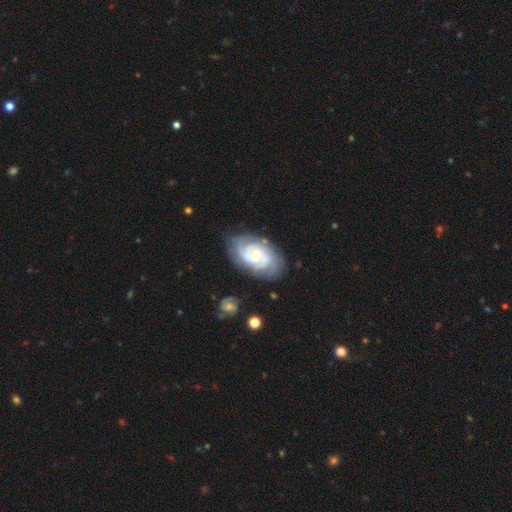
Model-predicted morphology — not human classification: smooth_or_featured: featured or disk (p=0.85) [alt: smooth p=0.10]
disk_edge_on: no (p=0.97) [alt: yes p=0.03]
bar: weak (p=0.54) [alt: no p=0.31]
has_spiral_arms: yes (p=0.96) [alt: no p=0.04]
spiral_winding: tight (p=0.64) [alt: medium p=0.30]
spiral_arm_count: 2 (p=0.53) [alt: can't tell p=0.20]
bulge_size: small (p=0.53) [alt: moderate p=0.37]
merging: none (p=0.73) [alt: minor disturbance p=0.18]